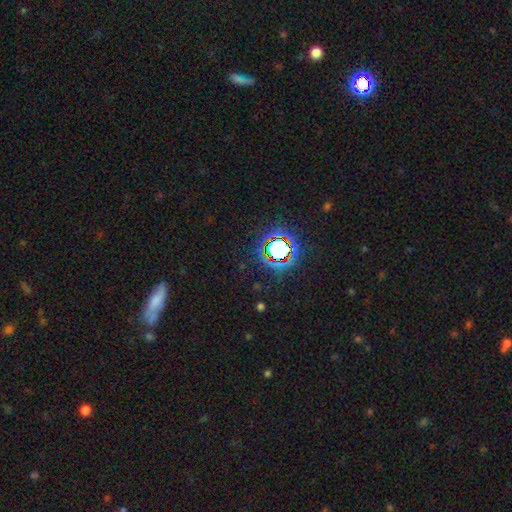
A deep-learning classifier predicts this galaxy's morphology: Smooth or featured? star or artifact (72%)